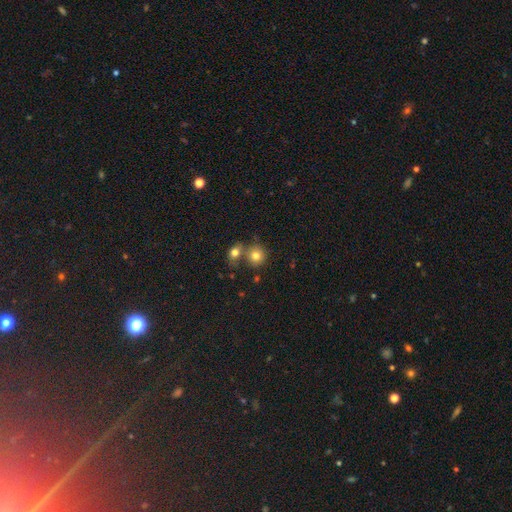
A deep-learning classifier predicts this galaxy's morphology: smooth-or-featured: smooth: 80% | star or artifact: 11% | featured or disk: 9%
  how-rounded: round: 86% | in between: 13% | cigar-shaped: 1%
  merging: none: 54% | merger: 34% | minor disturbance: 9% | major disturbance: 3%